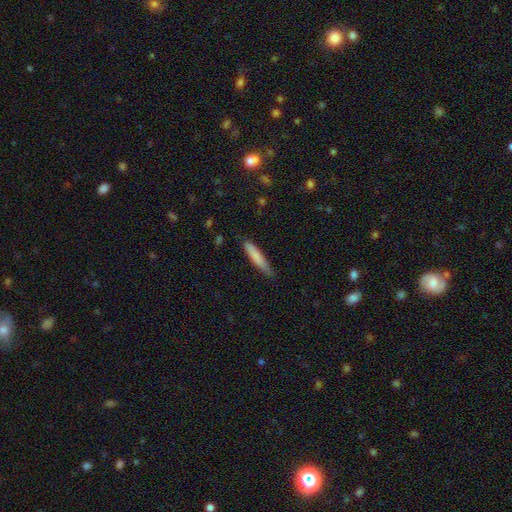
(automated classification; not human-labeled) smooth 79%, featured or disk 15%, star or artifact 6%. Down the decision tree: how rounded — cigar-shaped (89%); merging — none (76%).